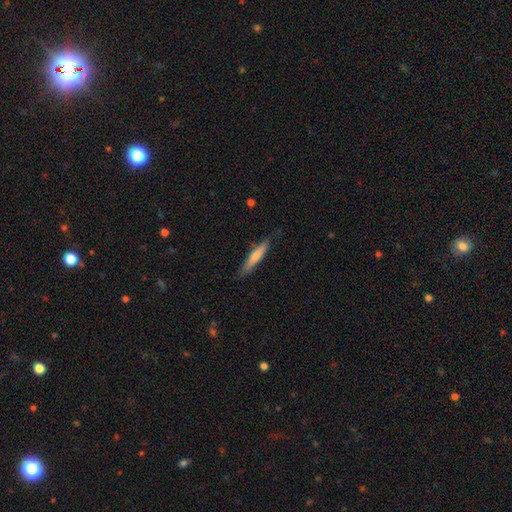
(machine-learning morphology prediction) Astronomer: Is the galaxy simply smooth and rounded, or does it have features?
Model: smooth — 68%.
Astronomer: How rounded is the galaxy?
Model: cigar-shaped — 90%.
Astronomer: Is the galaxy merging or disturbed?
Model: none — 81%.